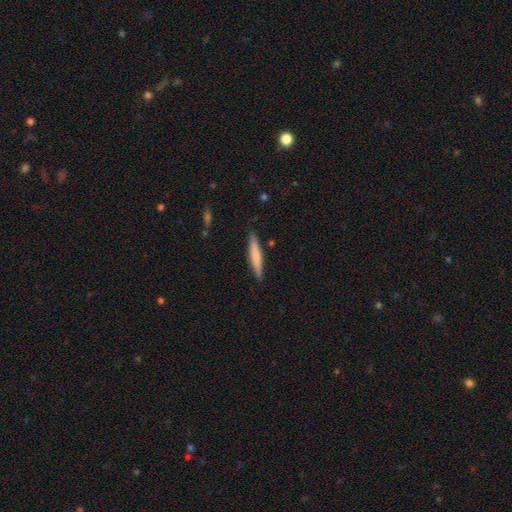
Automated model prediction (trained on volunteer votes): This appears to be a smooth galaxy with no disk features (66%) that is cigar-shaped (93%). Merging: none (89%).